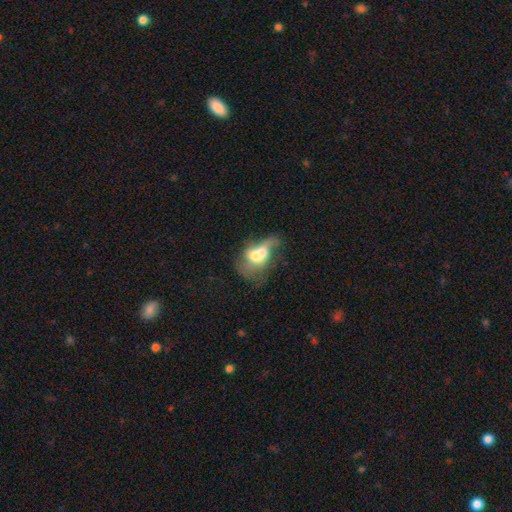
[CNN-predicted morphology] This appears to be a smooth galaxy with no disk features (52%) that is in between round and cigar-shaped (65%). Merging: merger (63%).